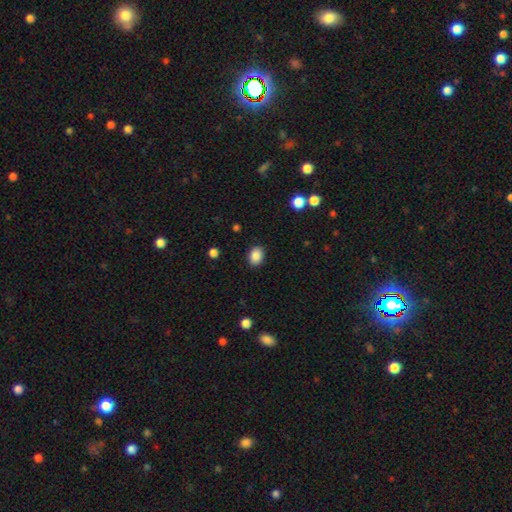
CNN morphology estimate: A smooth galaxy with no disk features (88%) that is in between round and cigar-shaped (71%). Merging: none (88%).